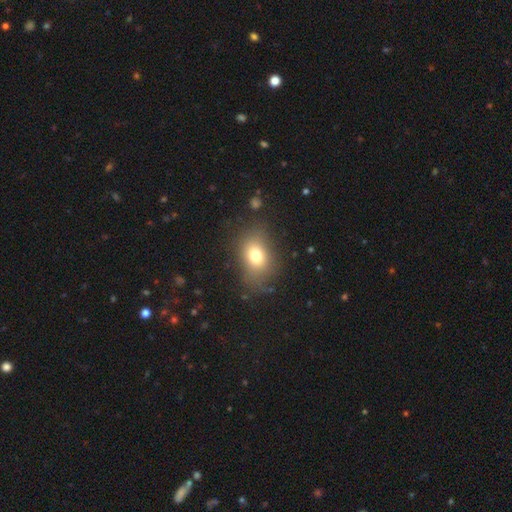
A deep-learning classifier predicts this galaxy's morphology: This is likely a smooth galaxy (73%). How rounded: likely in between (68%). Merging: likely none (75%).